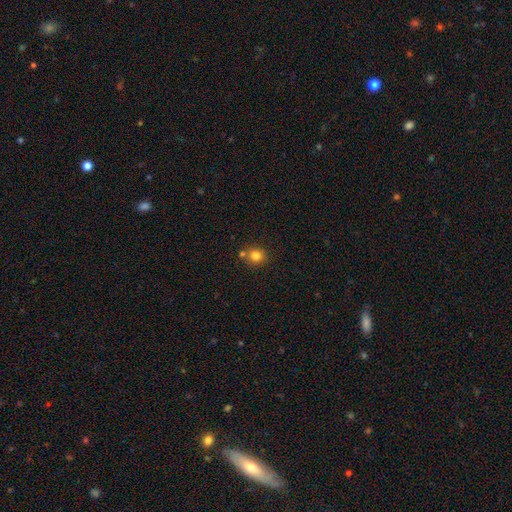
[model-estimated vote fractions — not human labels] Smooth or featured: smooth — 81% (star or artifact — 12%)
How rounded: round — 87% (in between — 12%)
Merging: none — 71% (merger — 18%)